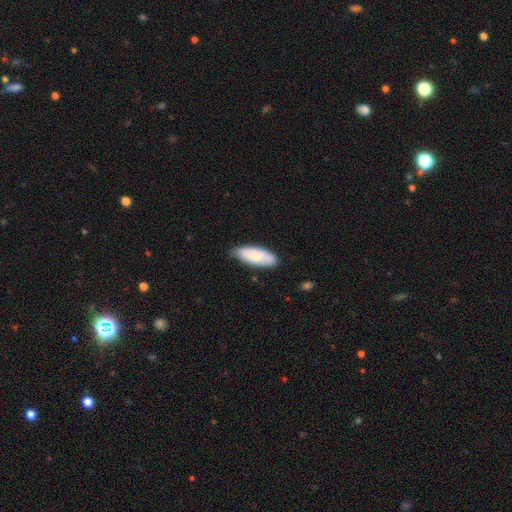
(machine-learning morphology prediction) Smooth or featured? smooth (79%)
How rounded? in between (75%)
Merging? none (74%)